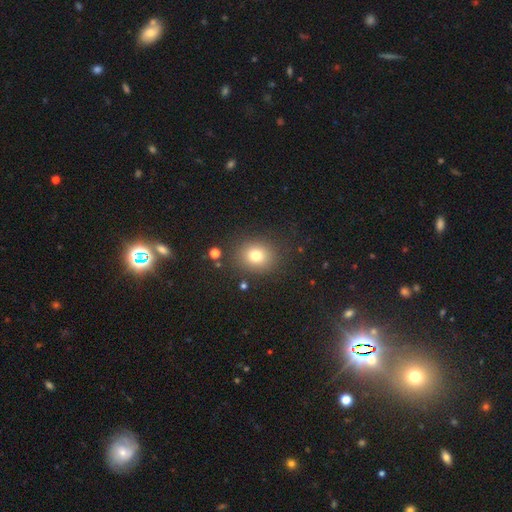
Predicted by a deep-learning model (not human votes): Smooth or featured: smooth — 77% (star or artifact — 14%)
How rounded: round — 73% (in between — 26%)
Merging: none — 85% (minor disturbance — 9%)